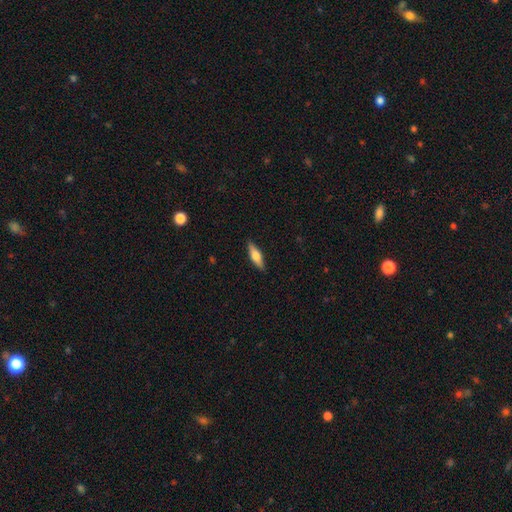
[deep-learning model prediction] This is possibly a smooth galaxy (53%). How rounded: possibly cigar-shaped (54%). Merging: clearly none (90%).